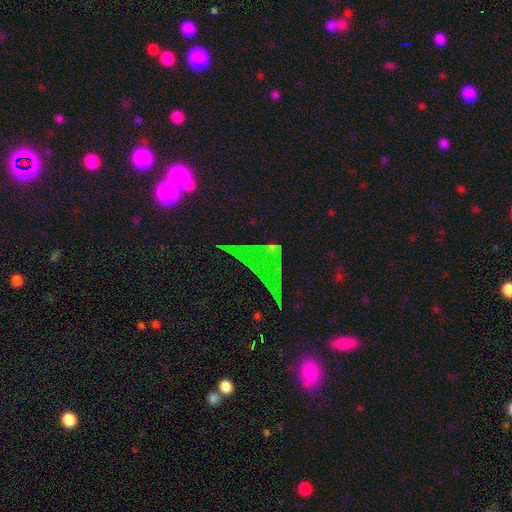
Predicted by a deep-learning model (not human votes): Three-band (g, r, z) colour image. It shows a star or artifact, not a galaxy (57%).